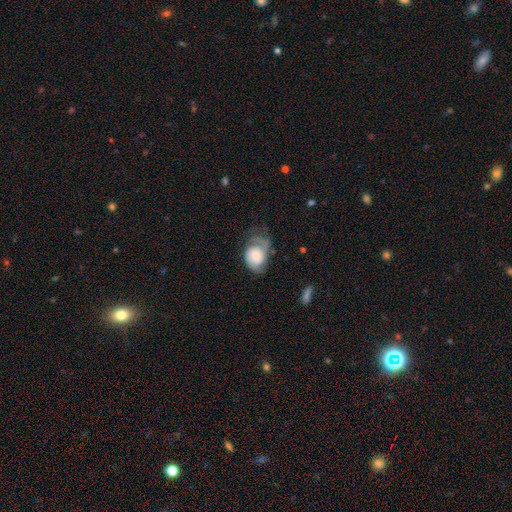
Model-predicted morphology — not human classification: Smooth or featured?
  - featured or disk: 48% *
  - smooth: 45%
  - star or artifact: 8%
Merging?
  - major disturbance: 36% *
  - minor disturbance: 31%
  - none: 31%
  - merger: 3%